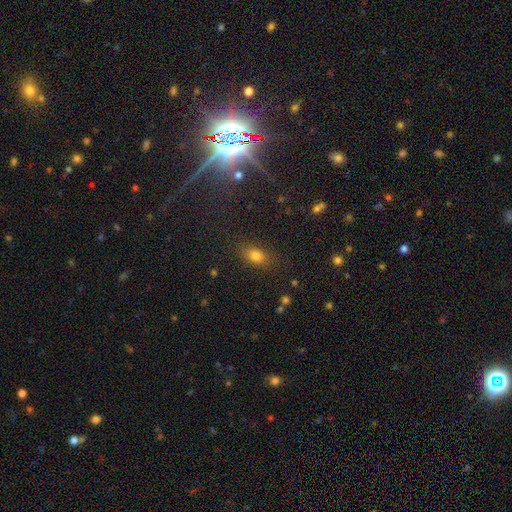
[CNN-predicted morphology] smooth 72%, star or artifact 19%, featured or disk 9%. Down the decision tree: how rounded — in between (76%); merging — none (84%).